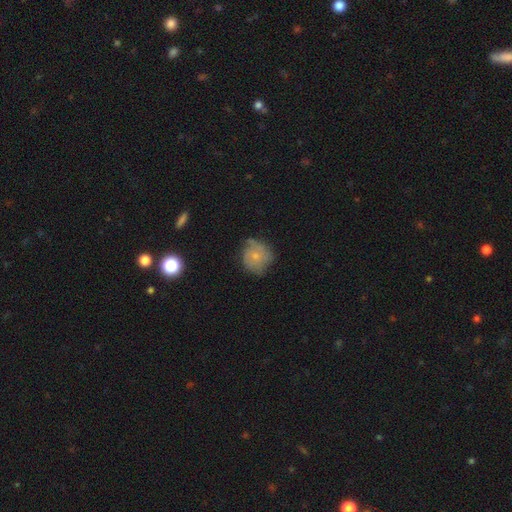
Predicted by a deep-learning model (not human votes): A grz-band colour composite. It shows a smooth galaxy with no disk features (51%) that is round (82%). Merging: none (54%).